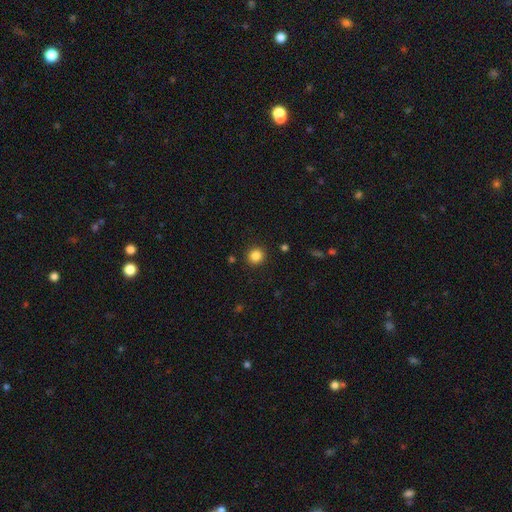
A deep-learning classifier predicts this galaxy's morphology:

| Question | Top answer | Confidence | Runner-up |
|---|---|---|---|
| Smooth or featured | smooth | 85% | star or artifact (11%) |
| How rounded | round | 91% | in between (8%) |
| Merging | none | 91% | minor disturbance (6%) |